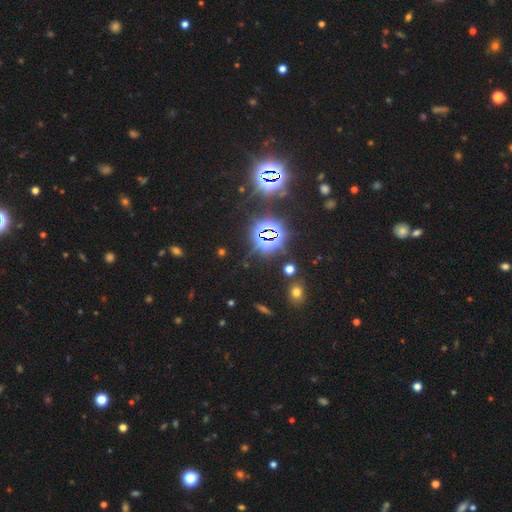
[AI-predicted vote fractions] star or artifact 80%, smooth 13%, featured or disk 7%.